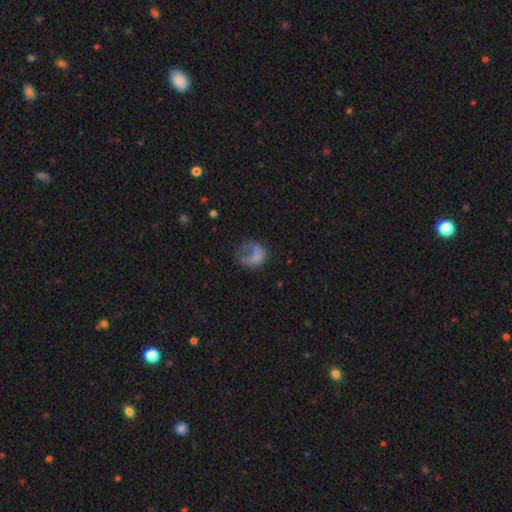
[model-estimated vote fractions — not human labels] This is possibly a smooth galaxy (54%). How rounded: possibly in between (52%). Merging: possibly major disturbance (47%).